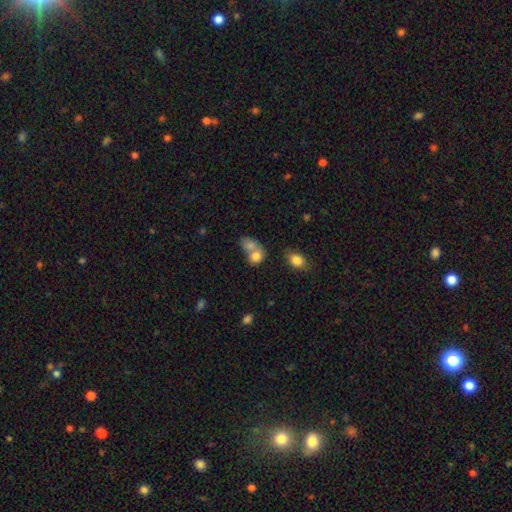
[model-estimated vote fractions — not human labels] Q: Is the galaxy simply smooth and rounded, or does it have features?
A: smooth — 62%.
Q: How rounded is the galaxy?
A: in between — 53%.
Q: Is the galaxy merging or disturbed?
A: none — 43%.